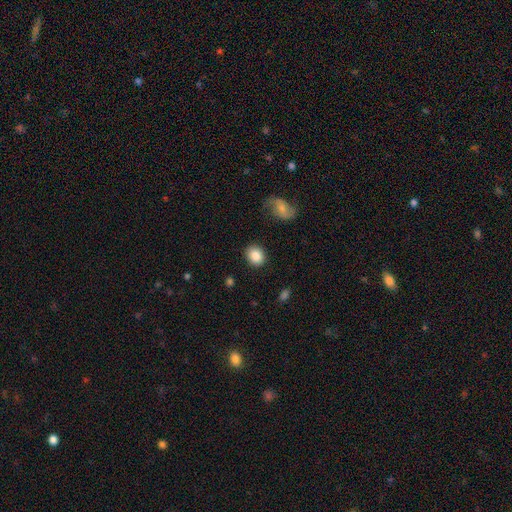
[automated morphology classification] This appears to be a smooth galaxy with no disk features (86%) that is round (56%). Merging: none (85%).